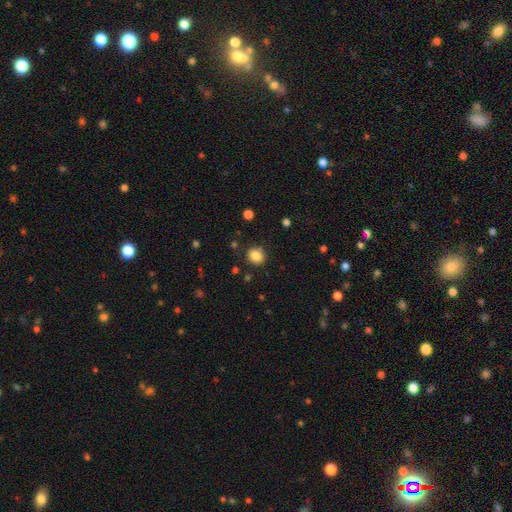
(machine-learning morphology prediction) Overall: smooth (85%). How rounded: round (81%). Merging: none (85%).